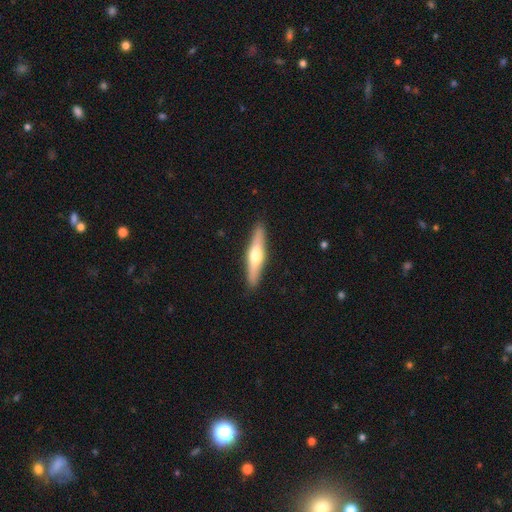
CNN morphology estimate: The model was most divided on "smooth or featured": featured or disk: 57%, smooth: 38%, star or artifact: 5%. More confident: edge-on disk — yes (95%); edge-on bulge — rounded (92%); merging — none (90%).